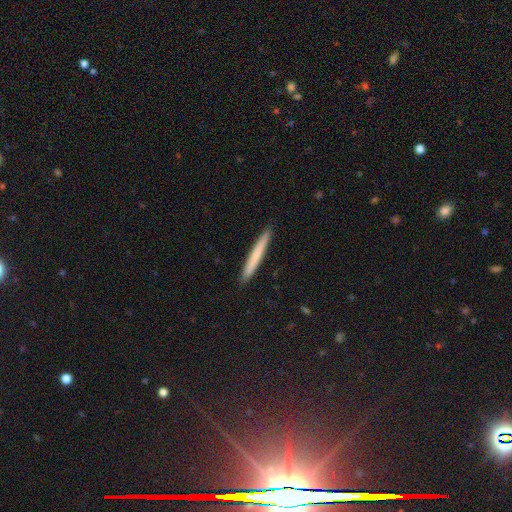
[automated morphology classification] type=smooth (69%); roundness=cigar-shaped (97%); merging=none (93%).